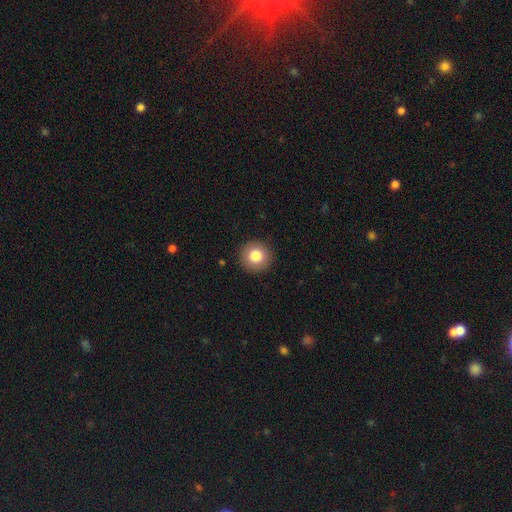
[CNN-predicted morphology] This appears to be a smooth galaxy with no disk features (82%) that is round (94%). Merging: none (92%).